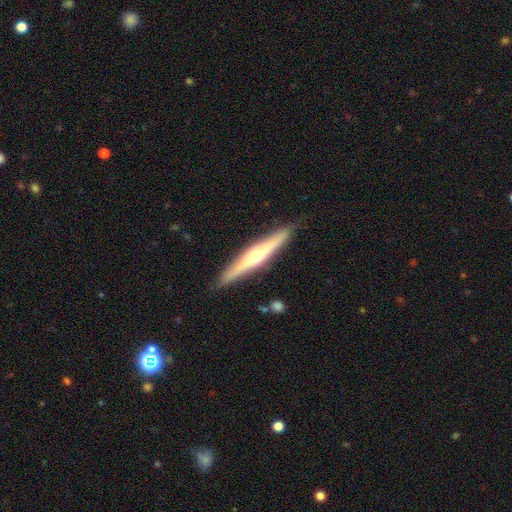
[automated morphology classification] Smooth or featured? Predicted: featured or disk (p=0.69). Edge-on disk? Predicted: yes (p=0.97). Edge-on bulge? Predicted: rounded (p=0.85). Merging? Predicted: none (p=0.89).